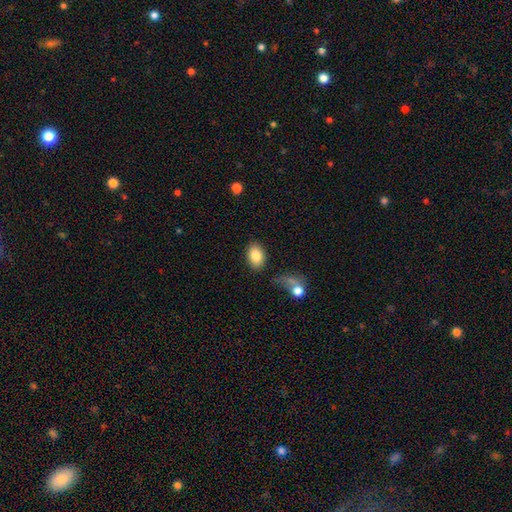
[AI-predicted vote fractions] Overall: smooth (83%). How rounded: in between (81%). Merging: none (80%).